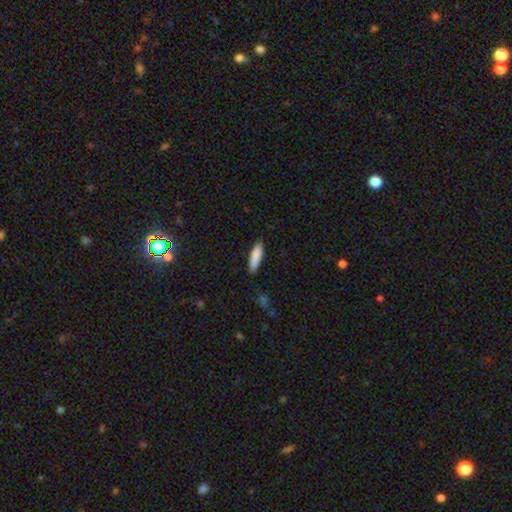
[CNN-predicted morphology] A smooth galaxy with no disk features (86%) that is cigar-shaped (59%). Merging: none (82%).